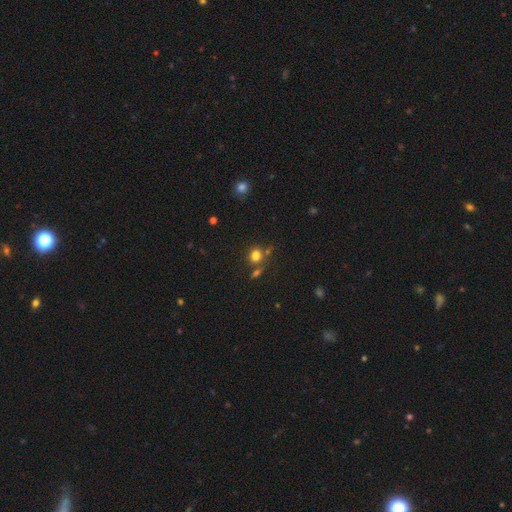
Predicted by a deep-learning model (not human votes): The model was most divided on "how rounded": round: 68%, in between: 31%, cigar-shaped: 1%. More confident: smooth or featured — smooth (76%); merging — none (64%).